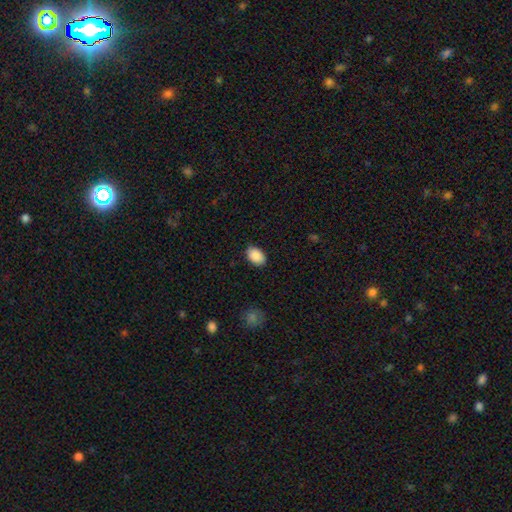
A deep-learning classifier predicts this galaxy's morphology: smooth-or-featured: smooth: 90% | star or artifact: 7% | featured or disk: 3%
  how-rounded: in between: 85% | round: 14% | cigar-shaped: 1%
  merging: none: 87% | minor disturbance: 10% | major disturbance: 2% | merger: 1%